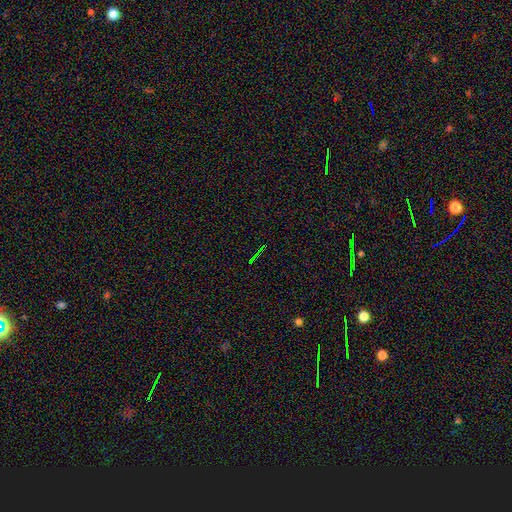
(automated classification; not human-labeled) star or artifact 75%, smooth 13%, featured or disk 11%.